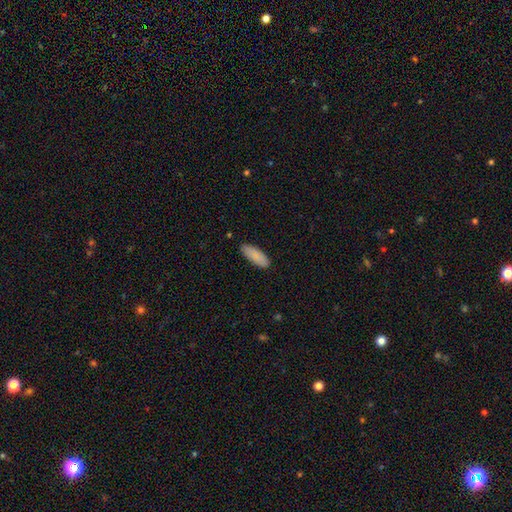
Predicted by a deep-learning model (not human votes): A smooth galaxy with no disk features (88%) that is in between round and cigar-shaped (64%).

Vote fractions:
- Smooth or featured? smooth: 88% / star or artifact: 6% / featured or disk: 6%
- How rounded? in between: 64% / cigar-shaped: 34% / round: 2%
- Merging? none: 87% / minor disturbance: 10% / major disturbance: 2% / merger: 1%